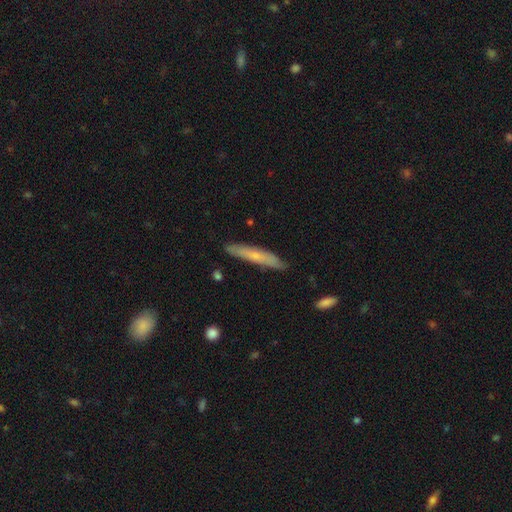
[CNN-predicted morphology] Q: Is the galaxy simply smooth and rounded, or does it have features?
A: smooth — 54%.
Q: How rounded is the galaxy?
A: cigar-shaped — 93%.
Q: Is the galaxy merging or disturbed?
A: none — 85%.